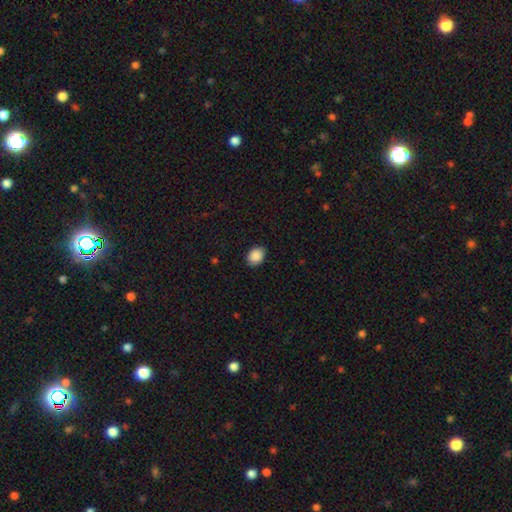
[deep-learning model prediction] smooth-or-featured: smooth: 90% | star or artifact: 8% | featured or disk: 3%
  how-rounded: in between: 67% | round: 32% | cigar-shaped: 1%
  merging: none: 87% | minor disturbance: 9% | major disturbance: 2% | merger: 1%